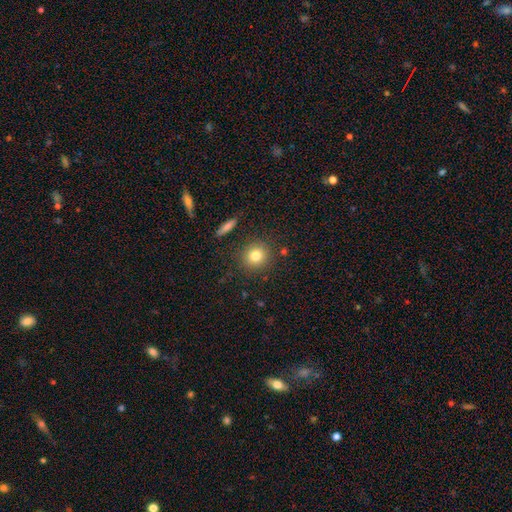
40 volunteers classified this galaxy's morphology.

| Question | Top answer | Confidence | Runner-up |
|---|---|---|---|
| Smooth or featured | smooth | 85% | featured or disk (10%) |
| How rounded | round | 100% | — |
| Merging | none | 95% | minor disturbance (5%) |